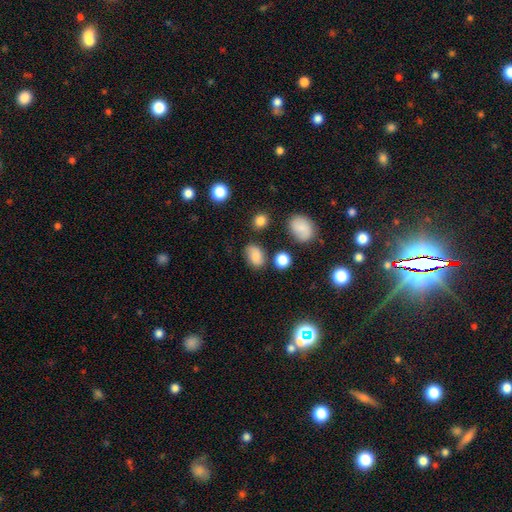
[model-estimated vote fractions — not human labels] Q: Smooth or featured?
A: smooth (79%); runner-up: star or artifact (11%)
Q: How rounded?
A: in between (80%); runner-up: round (18%)
Q: Merging?
A: none (73%); runner-up: minor disturbance (18%)